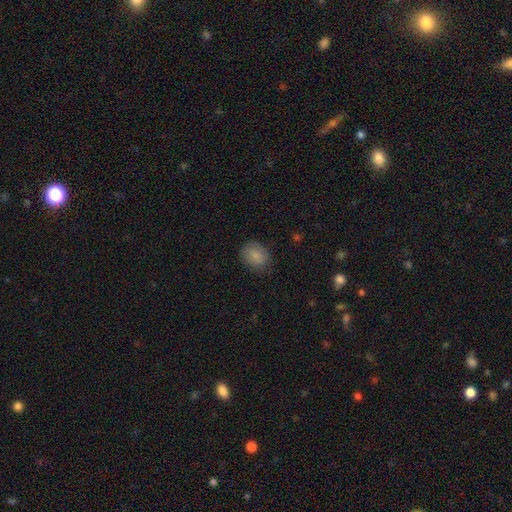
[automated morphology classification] This is clearly a smooth galaxy (86%). How rounded: possibly round (53%). Merging: clearly none (82%).